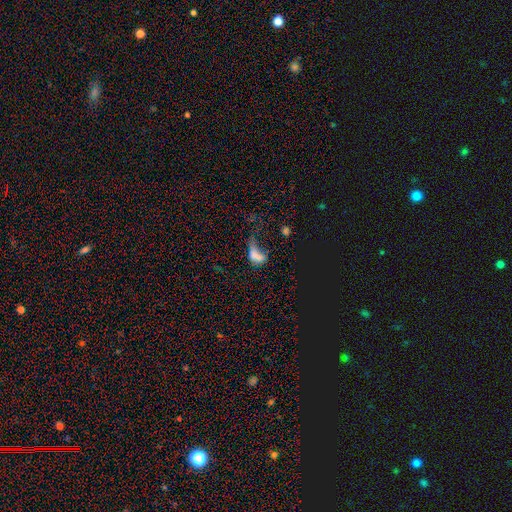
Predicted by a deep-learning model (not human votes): The model was most divided on "merging": major disturbance: 49%, merger: 19%, none: 17%, minor disturbance: 15%. More confident: how rounded — in between (80%); smooth or featured — smooth (56%).